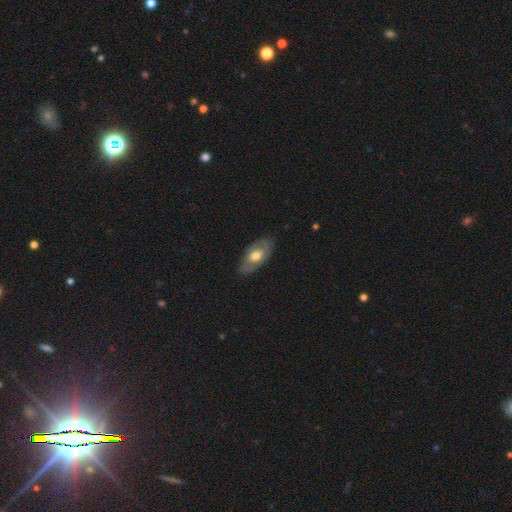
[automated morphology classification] A featured or disk galaxy (50%).

Vote fractions:
- Smooth or featured? featured or disk: 50% / smooth: 44% / star or artifact: 5%
- Edge-on disk? no: 84% / yes: 16%
- Merging? none: 79% / minor disturbance: 16% / major disturbance: 4% / merger: 1%